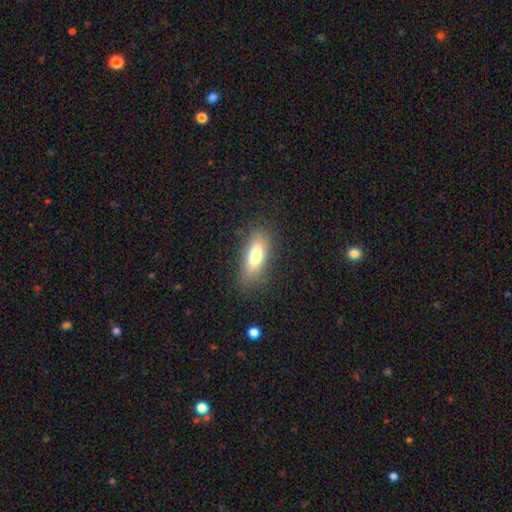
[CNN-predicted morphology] Q: Smooth or featured?
A: smooth (73%); runner-up: featured or disk (19%)
Q: How rounded?
A: in between (71%); runner-up: cigar-shaped (26%)
Q: Merging?
A: none (83%); runner-up: minor disturbance (11%)